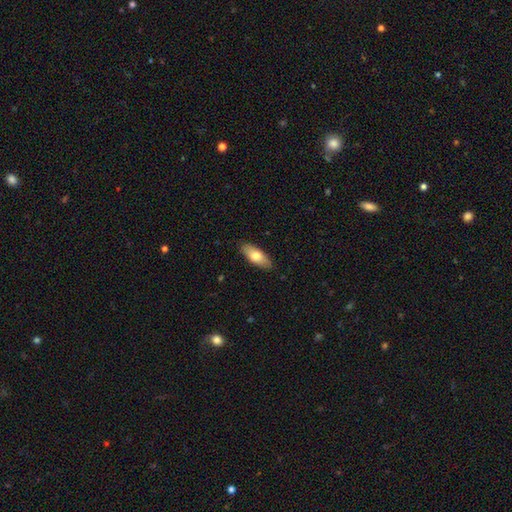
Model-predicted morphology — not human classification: This is likely a smooth galaxy (74%). How rounded: likely in between (74%). Merging: clearly none (88%).